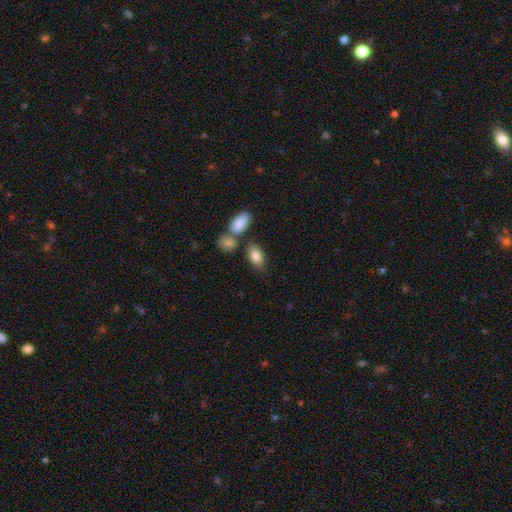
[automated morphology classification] smooth-or-featured: smooth: 84% | featured or disk: 10% | star or artifact: 7%
  how-rounded: in between: 92% | round: 5% | cigar-shaped: 3%
  merging: none: 64% | merger: 19% | minor disturbance: 13% | major disturbance: 4%